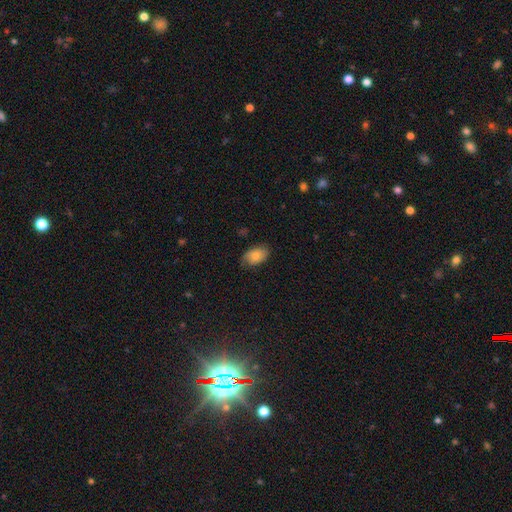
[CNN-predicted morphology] Smooth or featured?
  - smooth: 79% *
  - featured or disk: 14%
  - star or artifact: 8%
How rounded?
  - in between: 91% *
  - round: 8%
  - cigar-shaped: 1%
Merging?
  - none: 75% *
  - minor disturbance: 20%
  - major disturbance: 4%
  - merger: 1%